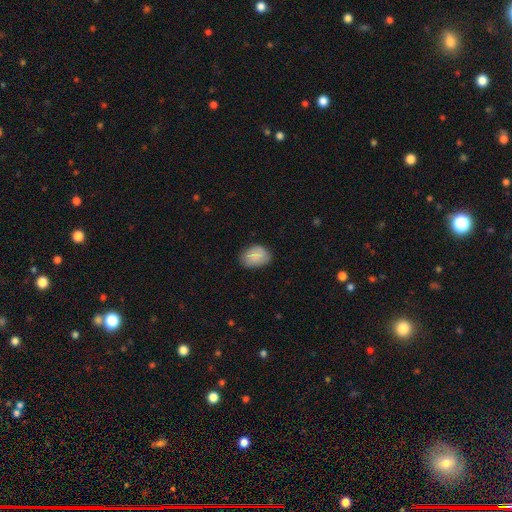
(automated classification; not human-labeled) A smooth galaxy with no disk features (85%) that is in between round and cigar-shaped (80%). Merging: none (77%).